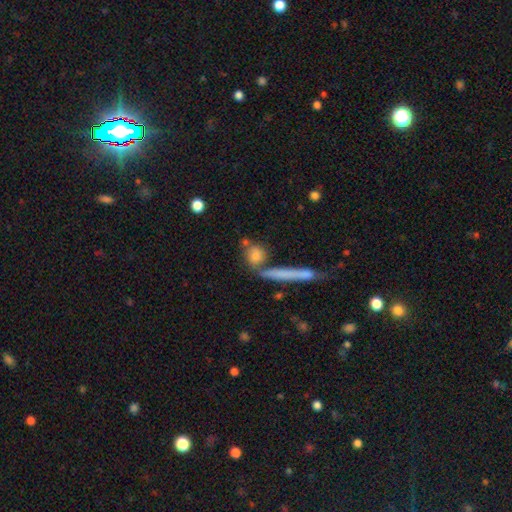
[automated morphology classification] Smooth or featured?
  - smooth: 72% *
  - featured or disk: 18%
  - star or artifact: 10%
How rounded?
  - round: 43% *
  - cigar-shaped: 32%
  - in between: 25%
Merging?
  - none: 62% *
  - merger: 20%
  - minor disturbance: 13%
  - major disturbance: 5%